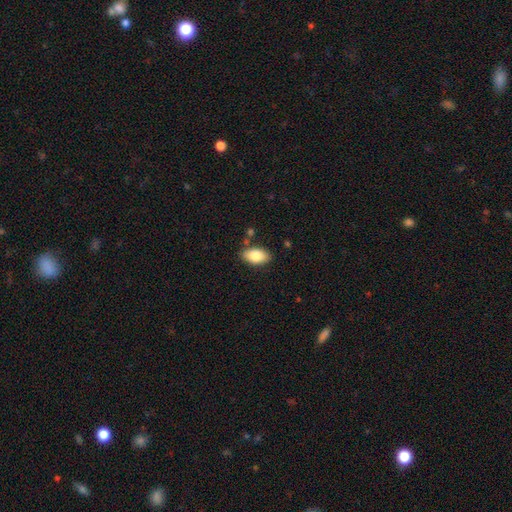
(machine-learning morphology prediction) A smooth galaxy with no disk features (82%) that is in between round and cigar-shaped (93%). Merging: none (82%).